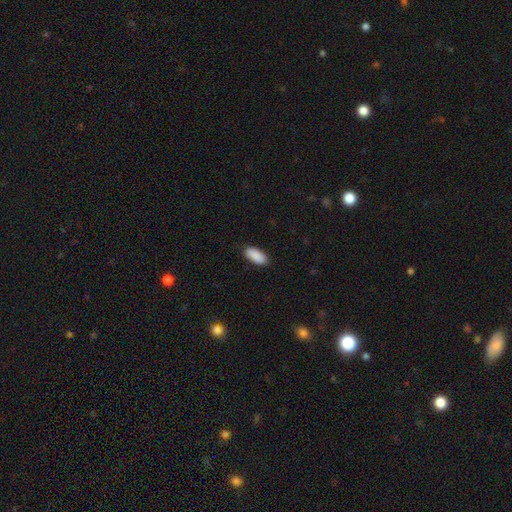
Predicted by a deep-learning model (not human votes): Smooth or featured: smooth — 91% (star or artifact — 6%)
How rounded: in between — 90% (cigar-shaped — 9%)
Merging: none — 88% (minor disturbance — 9%)